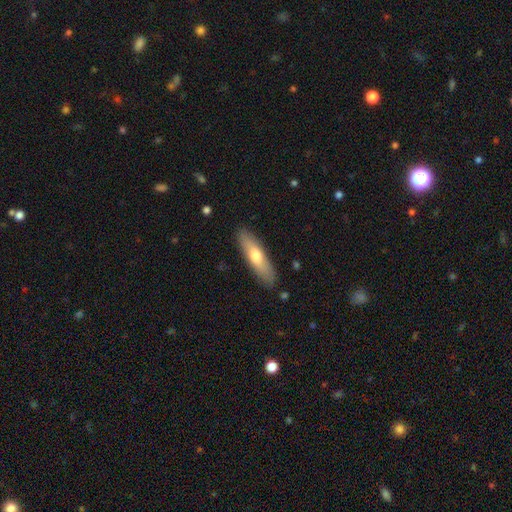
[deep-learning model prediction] smooth 64%, featured or disk 31%, star or artifact 5%. Down the decision tree: how rounded — cigar-shaped (65%); merging — none (86%).